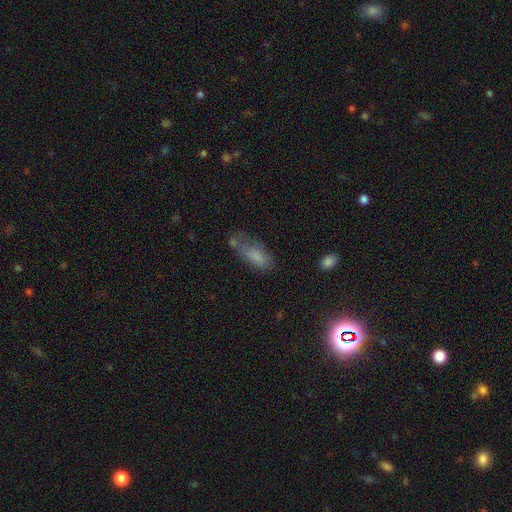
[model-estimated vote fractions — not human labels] smooth 77%, featured or disk 13%, star or artifact 10%. Down the decision tree: how rounded — in between (79%); merging — none (41%).